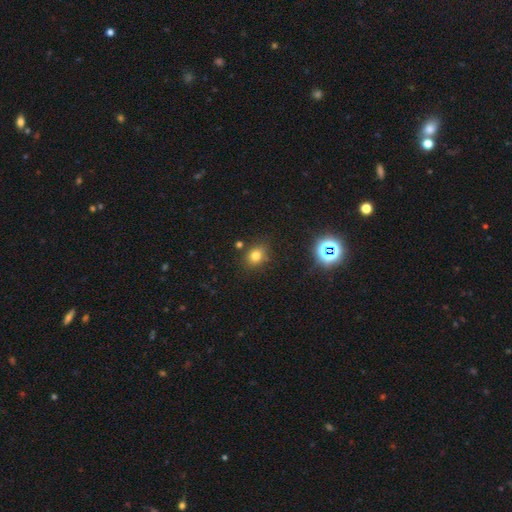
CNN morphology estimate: smooth-or-featured: smooth: 75% | star or artifact: 17% | featured or disk: 8%
  how-rounded: round: 56% | in between: 43% | cigar-shaped: 1%
  merging: none: 78% | minor disturbance: 14% | merger: 5% | major disturbance: 4%